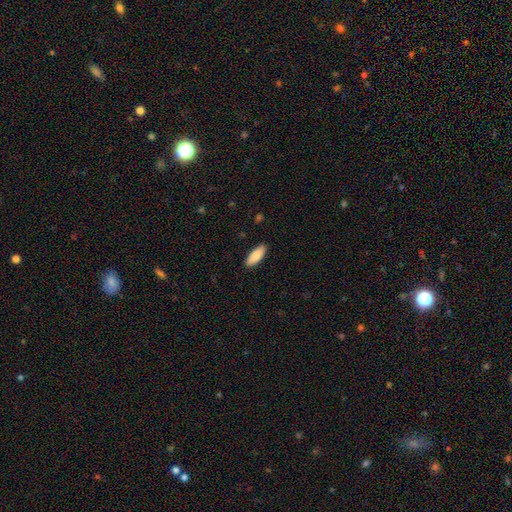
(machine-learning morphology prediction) Smooth or featured?
  - smooth: 84% *
  - featured or disk: 11%
  - star or artifact: 6%
How rounded?
  - in between: 73% *
  - cigar-shaped: 25%
  - round: 2%
Merging?
  - none: 89% *
  - minor disturbance: 9%
  - major disturbance: 2%
  - merger: 1%